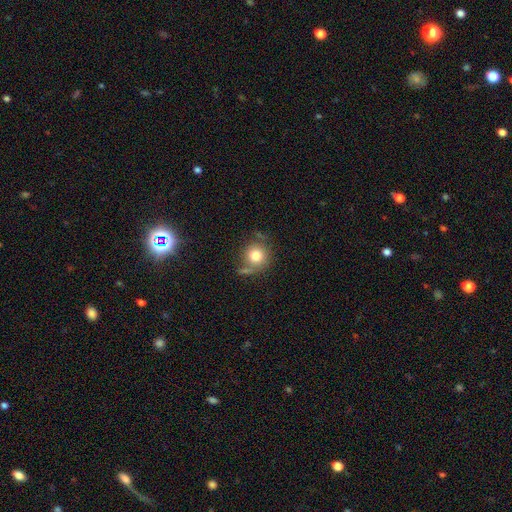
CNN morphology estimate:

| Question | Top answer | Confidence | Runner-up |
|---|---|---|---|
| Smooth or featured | smooth | 78% | featured or disk (12%) |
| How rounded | round | 90% | in between (9%) |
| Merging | none | 62% | minor disturbance (17%) |